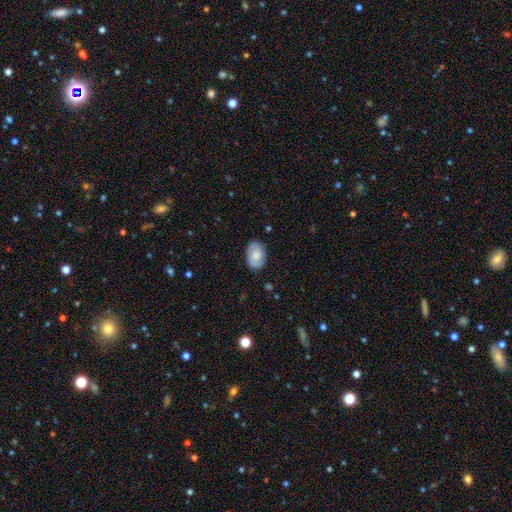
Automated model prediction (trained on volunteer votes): Smooth or featured?
  - smooth: 58% *
  - featured or disk: 35%
  - star or artifact: 7%
How rounded?
  - in between: 84% *
  - round: 15%
  - cigar-shaped: 1%
Merging?
  - none: 80% *
  - minor disturbance: 16%
  - major disturbance: 4%
  - merger: 1%